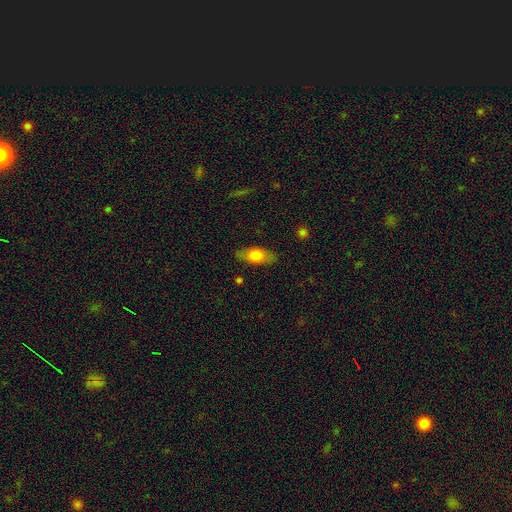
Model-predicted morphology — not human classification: Smooth or featured: smooth — 72% (featured or disk — 21%)
How rounded: in between — 84% (cigar-shaped — 11%)
Merging: none — 83% (minor disturbance — 13%)